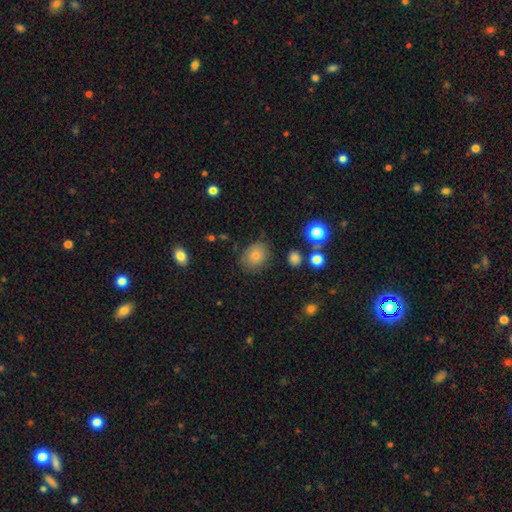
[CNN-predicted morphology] Smooth or featured? smooth (77%)
How rounded? round (50%)
Merging? none (81%)